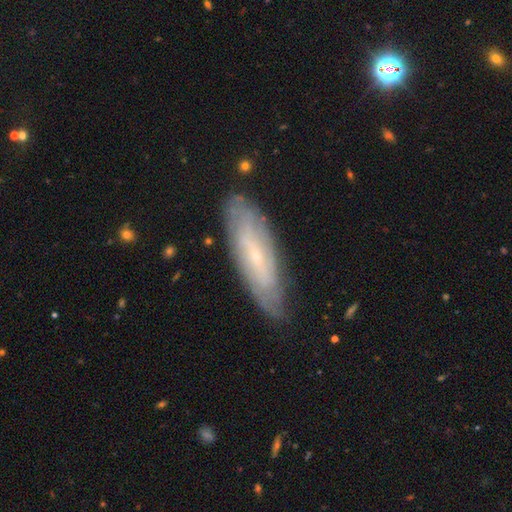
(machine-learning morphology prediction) A featured or disk galaxy (66%). Merging: none (80%).